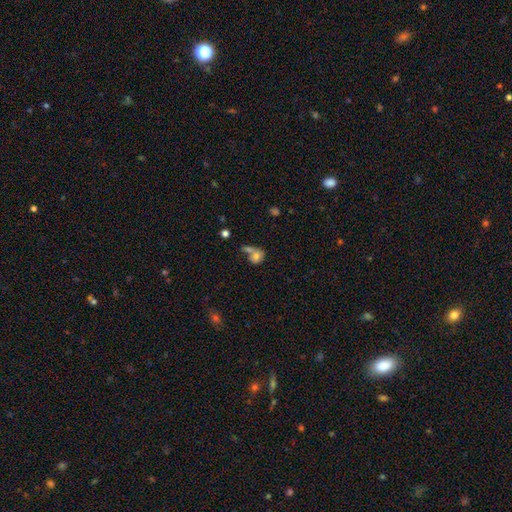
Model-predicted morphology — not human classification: Smooth or featured?
  - smooth: 71% *
  - featured or disk: 19%
  - star or artifact: 9%
How rounded?
  - round: 62% *
  - in between: 36%
  - cigar-shaped: 2%
Merging?
  - merger: 45% *
  - none: 32%
  - minor disturbance: 13%
  - major disturbance: 10%